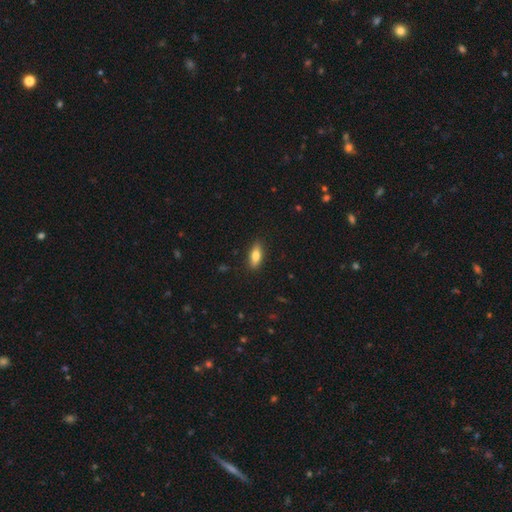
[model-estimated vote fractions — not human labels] Q: Smooth or featured?
A: smooth (77%); runner-up: featured or disk (17%)
Q: How rounded?
A: in between (72%); runner-up: cigar-shaped (25%)
Q: Merging?
A: none (87%); runner-up: minor disturbance (10%)